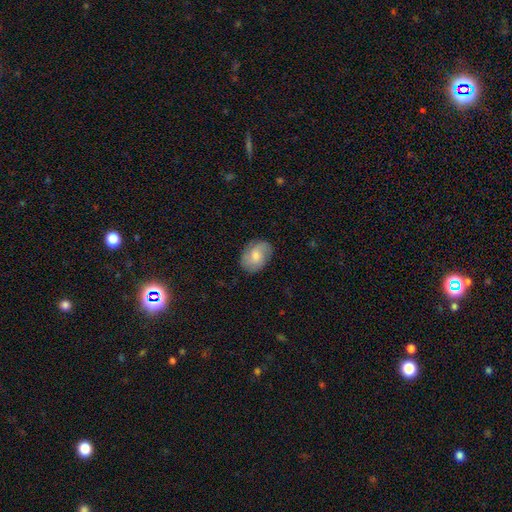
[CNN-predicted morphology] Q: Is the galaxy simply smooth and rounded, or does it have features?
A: smooth — 53%.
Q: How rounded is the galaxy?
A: in between — 73%.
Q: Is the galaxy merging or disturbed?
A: none — 79%.